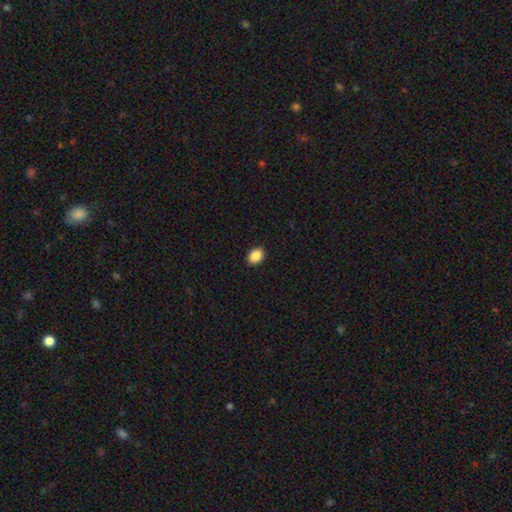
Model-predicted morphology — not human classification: smooth_or_featured: smooth (p=0.89) [alt: star or artifact p=0.08]
how_rounded: in between (p=0.69) [alt: round p=0.30]
merging: none (p=0.90) [alt: minor disturbance p=0.07]